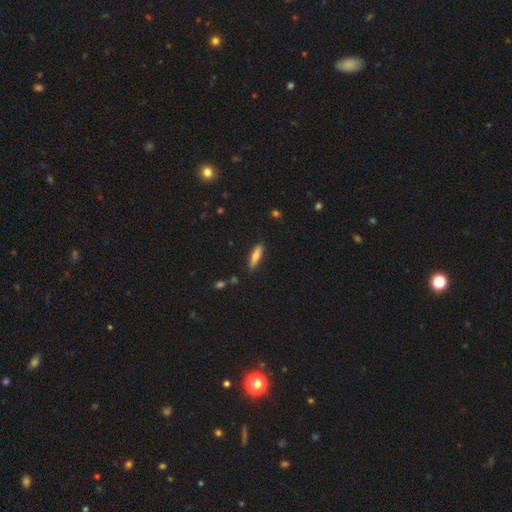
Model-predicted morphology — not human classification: A smooth galaxy with no disk features (65%) that is cigar-shaped (65%).

Vote fractions:
- Smooth or featured? smooth: 65% / featured or disk: 28% / star or artifact: 6%
- How rounded? cigar-shaped: 65% / in between: 33% / round: 2%
- Merging? none: 86% / minor disturbance: 10% / major disturbance: 2% / merger: 1%